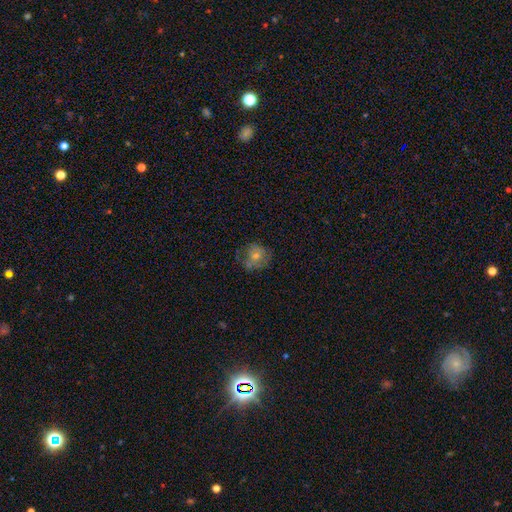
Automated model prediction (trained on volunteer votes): This is possibly a smooth galaxy (45%). Merging: likely none (63%).